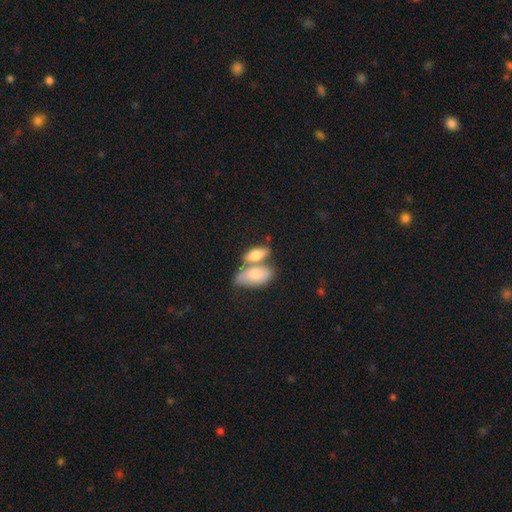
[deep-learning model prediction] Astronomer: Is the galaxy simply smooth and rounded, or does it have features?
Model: smooth — 73%.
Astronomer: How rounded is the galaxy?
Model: in between — 84%.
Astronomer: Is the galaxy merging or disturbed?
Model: merger — 53% (runner-up: none, 32%).